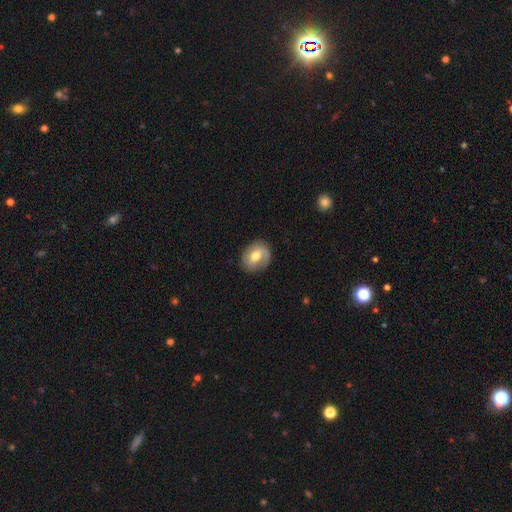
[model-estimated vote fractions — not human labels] This appears to be a smooth galaxy with no disk features (47%). Merging: none (75%).